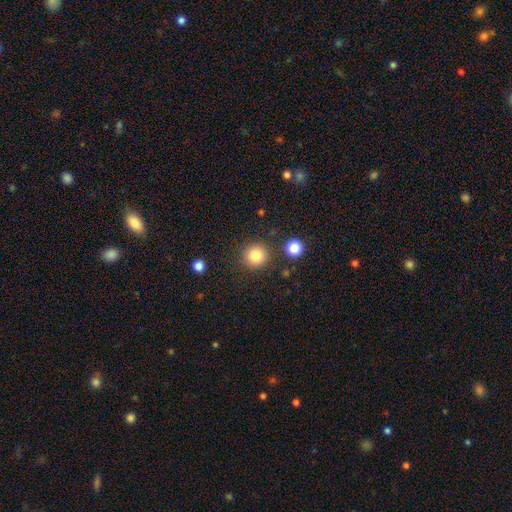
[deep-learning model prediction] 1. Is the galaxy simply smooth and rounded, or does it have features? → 83% smooth, 11% star or artifact, 6% featured or disk.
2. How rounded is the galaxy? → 92% round, 7% in between, 1% cigar-shaped.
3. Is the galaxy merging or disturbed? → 85% none, 8% minor disturbance, 4% merger, 3% major disturbance.